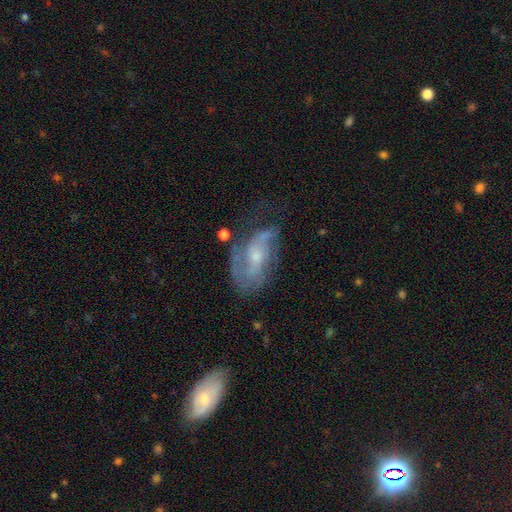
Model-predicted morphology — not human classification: Smooth or featured?
  - featured or disk: 75% *
  - smooth: 17%
  - star or artifact: 8%
Edge-on disk?
  - no: 95% *
  - yes: 5%
Bar?
  - no: 56% *
  - weak: 36%
  - strong: 8%
Spiral arms?
  - yes: 86% *
  - no: 14%
Spiral winding?
  - medium: 44% *
  - tight: 28%
  - loose: 28%
Spiral arm count?
  - 2: 55% *
  - can't tell: 24%
  - 3: 8%
  - 1: 8%
  - 4: 2%
  - more than 4: 2%
Bulge size?
  - small: 53% *
  - moderate: 38%
  - none: 5%
  - large: 2%
  - dominant: 1%
Merging?
  - none: 51% *
  - minor disturbance: 25%
  - major disturbance: 20%
  - merger: 5%